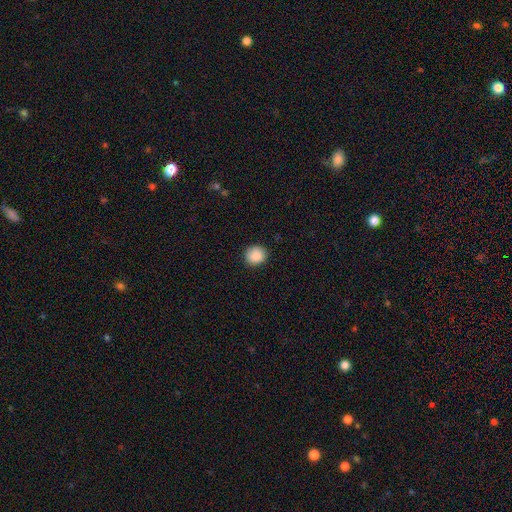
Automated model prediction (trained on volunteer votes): Morphology: type=smooth (89%); roundness=round (88%); merging=none (90%).